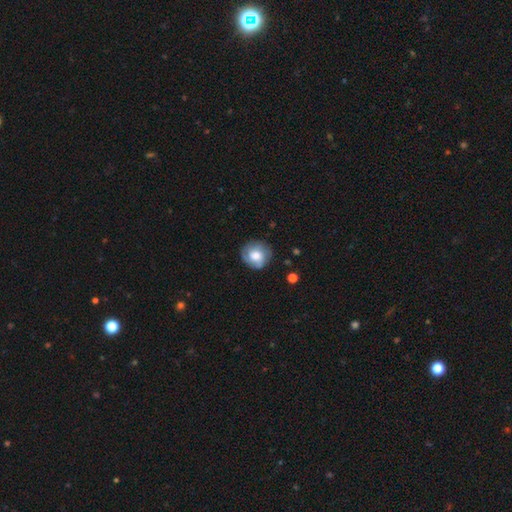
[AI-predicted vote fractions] Smooth or featured? Predicted: smooth (p=0.53). How rounded? Predicted: round (p=0.86). Merging? Predicted: none (p=0.73).